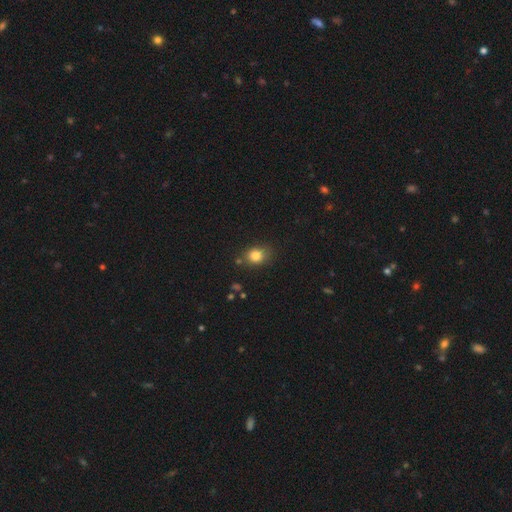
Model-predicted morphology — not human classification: smooth 82%, star or artifact 11%, featured or disk 7%. Down the decision tree: how rounded — round (56%); merging — none (71%).